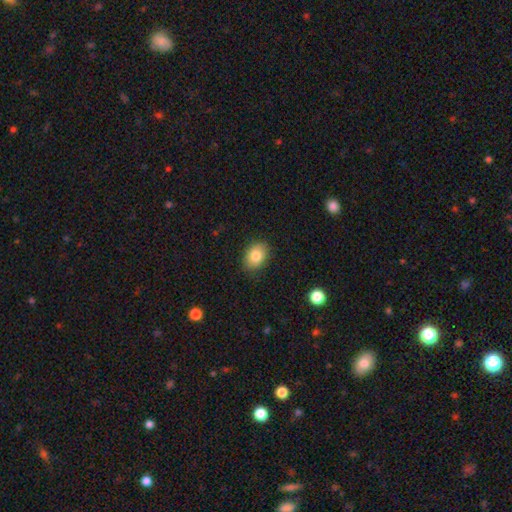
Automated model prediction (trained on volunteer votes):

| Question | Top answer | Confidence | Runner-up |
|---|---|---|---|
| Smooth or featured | smooth | 83% | star or artifact (9%) |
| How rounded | in between | 72% | round (27%) |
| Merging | none | 87% | minor disturbance (10%) |